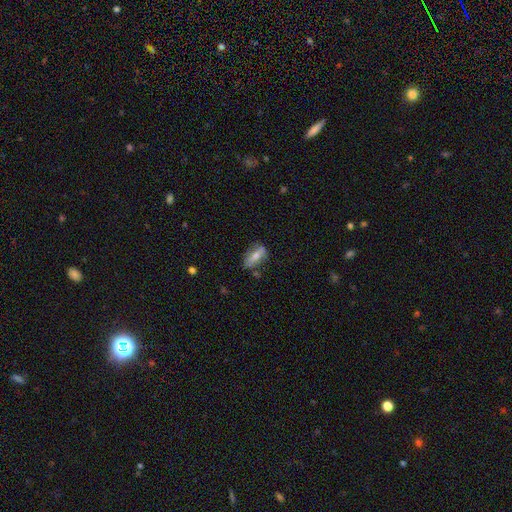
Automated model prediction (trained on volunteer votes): Smooth or featured? Predicted: smooth (p=0.58). How rounded? Predicted: in between (p=0.74). Merging? Predicted: none (p=0.68).